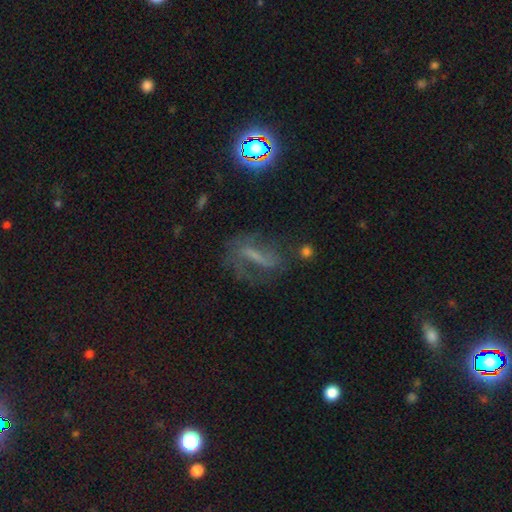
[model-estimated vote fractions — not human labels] smooth_or_featured: featured or disk (p=0.52) [alt: star or artifact p=0.26]
disk_edge_on: no (p=0.83) [alt: yes p=0.17]
merging: none (p=0.52) [alt: major disturbance p=0.24]